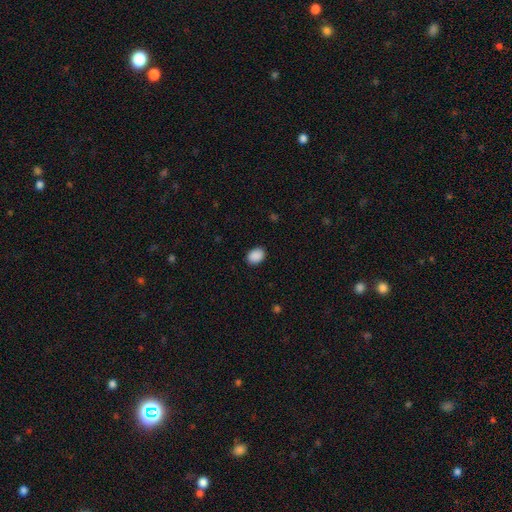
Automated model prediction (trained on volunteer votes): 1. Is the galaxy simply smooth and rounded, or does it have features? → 90% smooth, 8% star or artifact, 2% featured or disk.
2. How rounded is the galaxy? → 69% in between, 30% round, 1% cigar-shaped.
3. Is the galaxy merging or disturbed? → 89% none, 8% minor disturbance, 2% major disturbance, 1% merger.